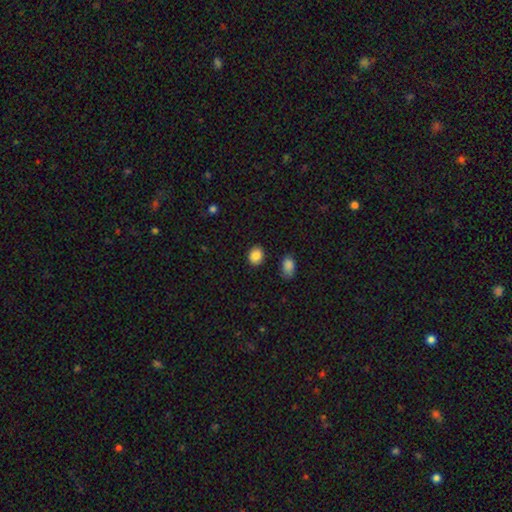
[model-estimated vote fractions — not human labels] This is clearly a smooth galaxy (87%). How rounded: possibly round (53%). Merging: clearly none (87%).